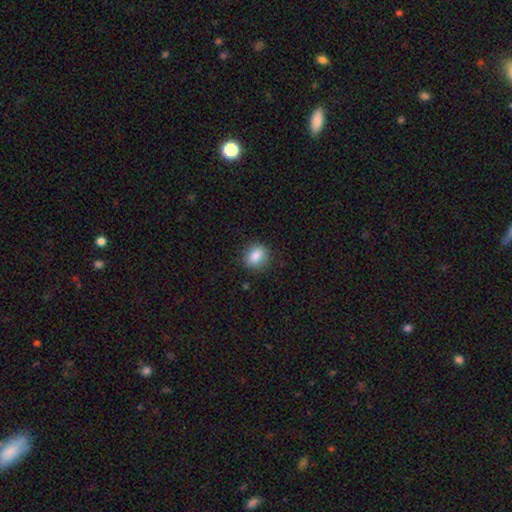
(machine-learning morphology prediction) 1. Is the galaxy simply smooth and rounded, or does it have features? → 86% smooth, 9% star or artifact, 5% featured or disk.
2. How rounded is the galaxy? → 57% round, 42% in between, 1% cigar-shaped.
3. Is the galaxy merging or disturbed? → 85% none, 11% minor disturbance, 3% major disturbance, 1% merger.